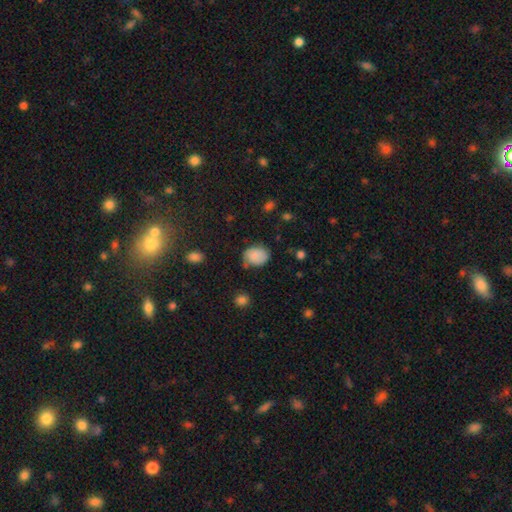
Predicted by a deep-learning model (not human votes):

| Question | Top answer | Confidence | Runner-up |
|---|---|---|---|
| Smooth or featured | smooth | 82% | featured or disk (9%) |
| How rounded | in between | 58% | round (41%) |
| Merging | none | 61% | minor disturbance (28%) |